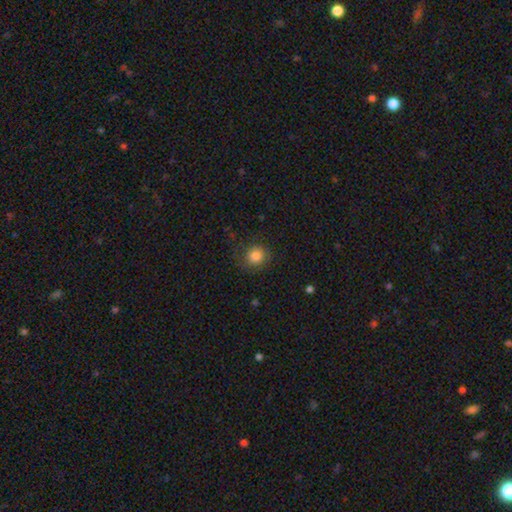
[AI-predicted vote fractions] Overall: smooth (81%). How rounded: round (90%). Merging: none (79%).